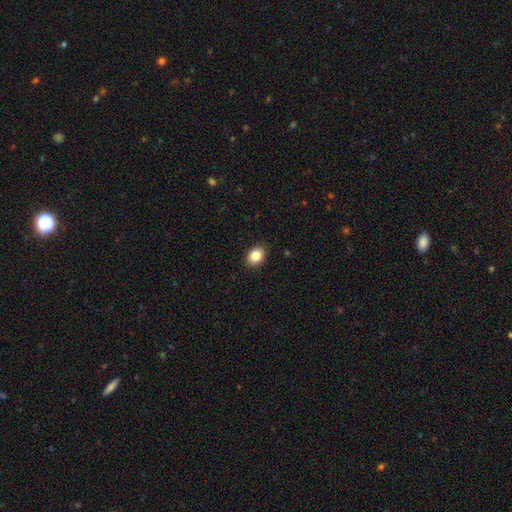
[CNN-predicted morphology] A smooth galaxy with no disk features (85%) that is in between round and cigar-shaped (71%).

Vote fractions:
- Smooth or featured? smooth: 85% / star or artifact: 9% / featured or disk: 6%
- How rounded? in between: 71% / round: 28% / cigar-shaped: 1%
- Merging? none: 90% / minor disturbance: 7% / major disturbance: 2% / merger: 1%